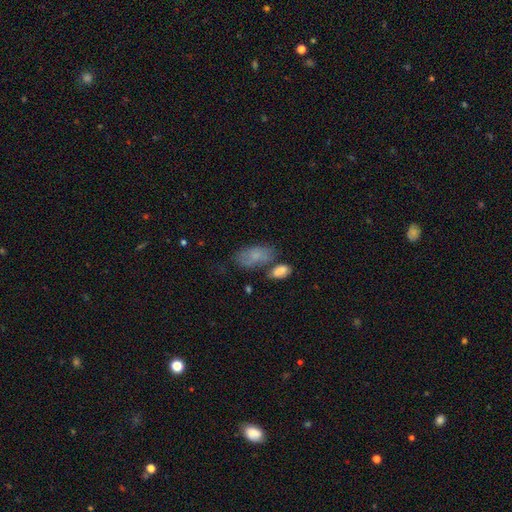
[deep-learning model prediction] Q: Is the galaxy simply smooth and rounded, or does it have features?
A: smooth — 70%.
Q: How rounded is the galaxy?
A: in between — 90%.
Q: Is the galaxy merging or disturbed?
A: none — 43%.